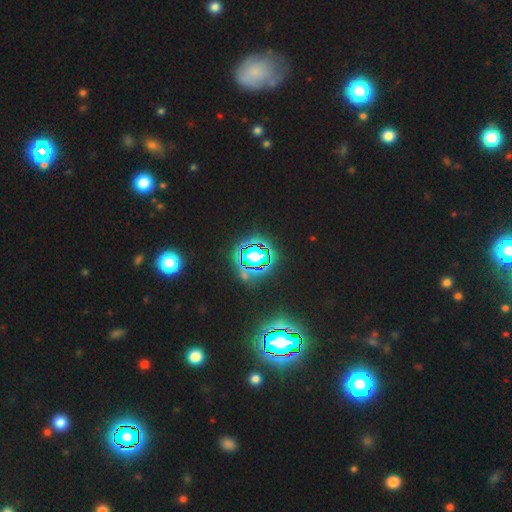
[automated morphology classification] Smooth or featured? Predicted: star or artifact (p=0.69).